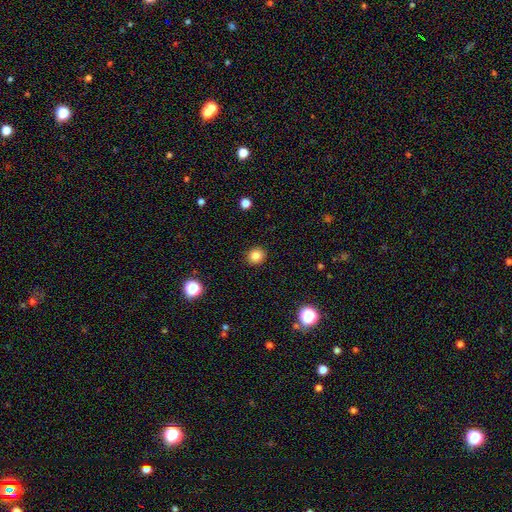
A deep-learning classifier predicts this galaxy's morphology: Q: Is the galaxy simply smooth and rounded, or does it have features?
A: smooth — 84%.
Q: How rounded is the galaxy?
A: round — 86%.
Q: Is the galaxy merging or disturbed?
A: none — 91%.